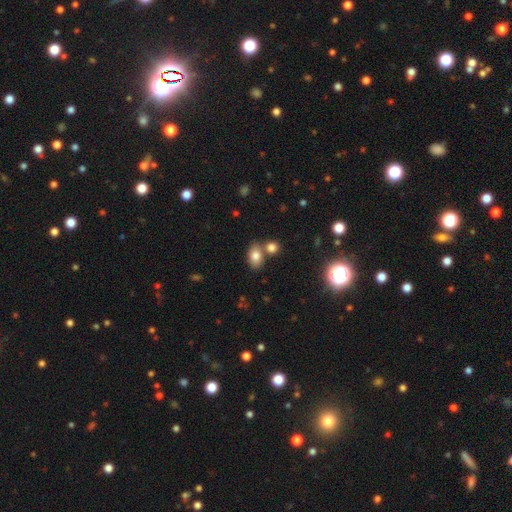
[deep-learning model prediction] smooth-or-featured: smooth: 79% | featured or disk: 11% | star or artifact: 10%
  how-rounded: in between: 82% | round: 16% | cigar-shaped: 2%
  merging: none: 59% | merger: 27% | minor disturbance: 11% | major disturbance: 3%